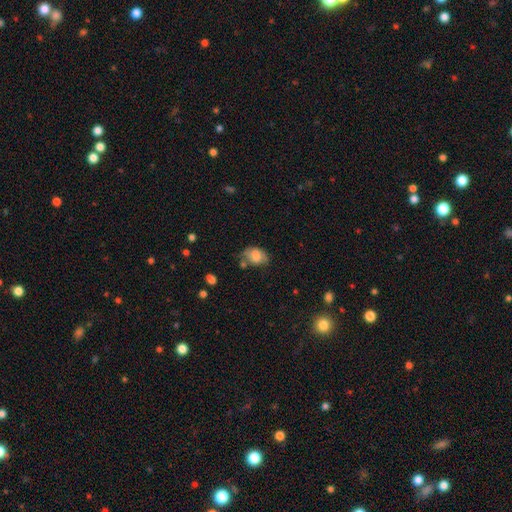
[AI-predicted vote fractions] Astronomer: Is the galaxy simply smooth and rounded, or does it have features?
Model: smooth — 75%.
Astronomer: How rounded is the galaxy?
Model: in between — 78%.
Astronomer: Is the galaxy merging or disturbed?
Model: none — 51% (runner-up: minor disturbance, 29%).